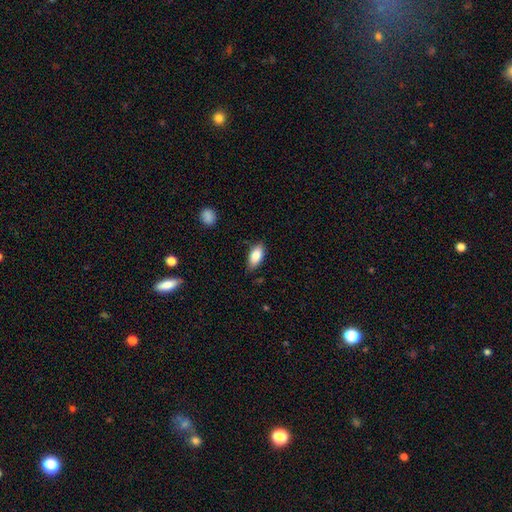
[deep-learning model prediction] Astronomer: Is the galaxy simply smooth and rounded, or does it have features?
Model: smooth — 85%.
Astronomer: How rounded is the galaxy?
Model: in between — 90%.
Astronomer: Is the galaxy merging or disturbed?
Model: none — 79%.